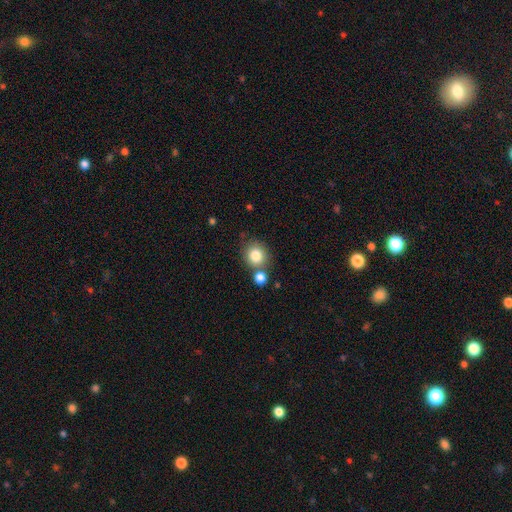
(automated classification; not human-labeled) smooth 82%, star or artifact 10%, featured or disk 8%. Down the decision tree: how rounded — round (79%); merging — none (66%).